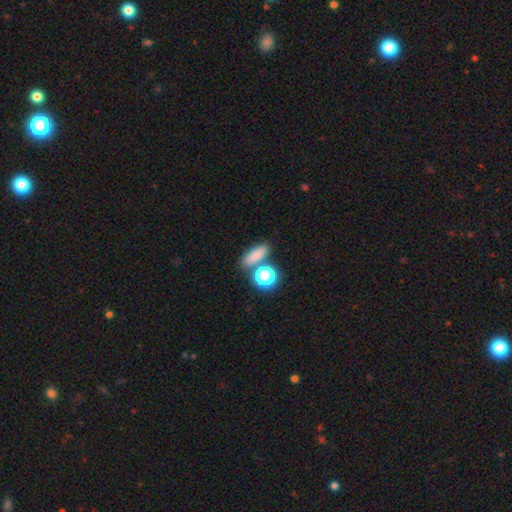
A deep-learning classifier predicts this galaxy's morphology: The model was most divided on "how rounded": in between: 59%, round: 23%, cigar-shaped: 18%. More confident: smooth or featured — smooth (79%); merging — none (69%).